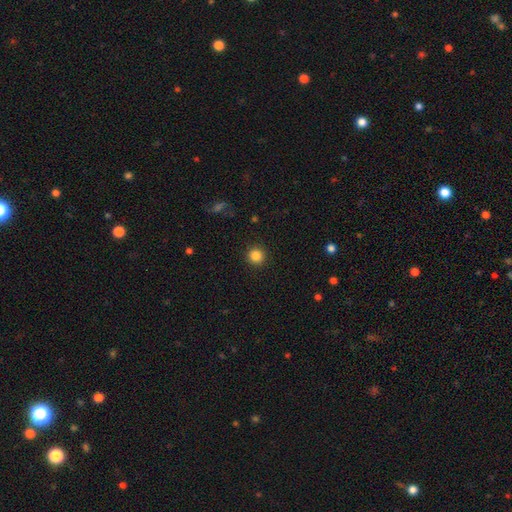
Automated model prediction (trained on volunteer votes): A smooth galaxy with no disk features (85%) that is round (94%). Merging: none (92%).